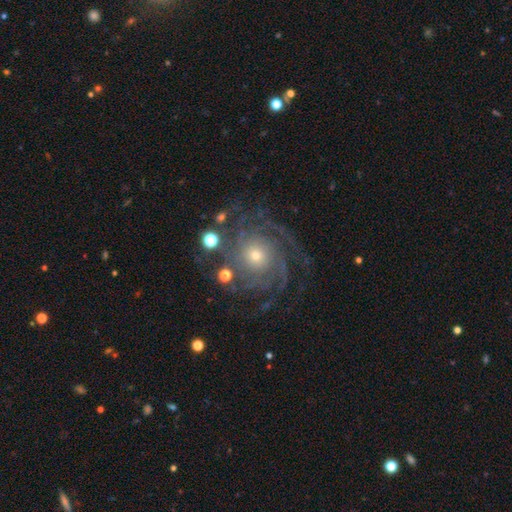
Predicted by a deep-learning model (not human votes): A featured or disk galaxy (86%) with no bar (82%), 4 (24%) tight (69%) spiral arms (97%) and a small central bulge (65%). Merging: none (75%).